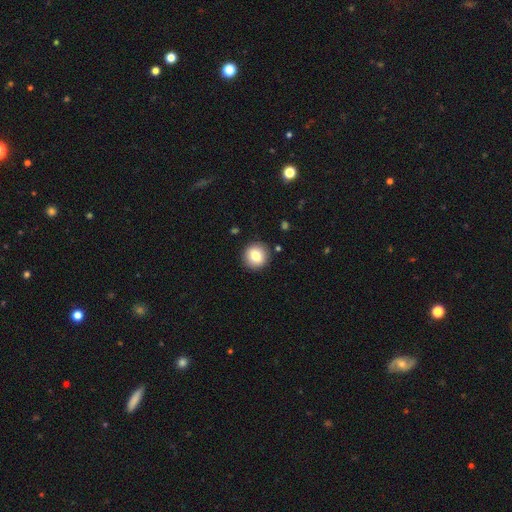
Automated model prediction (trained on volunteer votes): Overall: smooth (77%). How rounded: round (92%). Merging: none (90%).